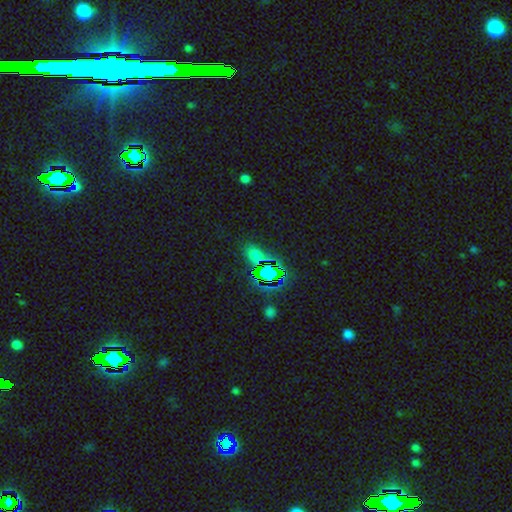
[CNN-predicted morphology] Smooth or featured: star or artifact — 49% (smooth — 44%)